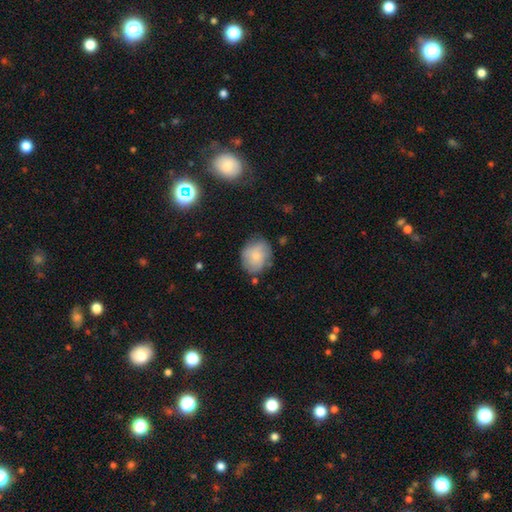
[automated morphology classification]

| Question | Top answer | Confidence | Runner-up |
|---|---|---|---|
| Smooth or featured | smooth | 68% | featured or disk (24%) |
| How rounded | round | 60% | in between (39%) |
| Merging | none | 69% | minor disturbance (23%) |